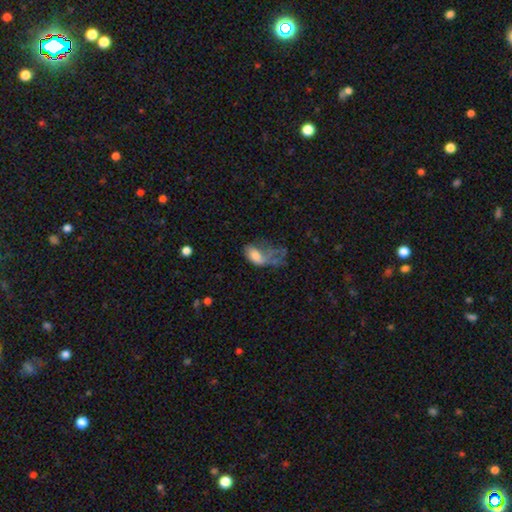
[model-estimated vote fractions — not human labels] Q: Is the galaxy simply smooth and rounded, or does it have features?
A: smooth — 63%.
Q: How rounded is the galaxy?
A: in between — 89%.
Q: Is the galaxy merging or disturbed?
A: major disturbance — 64%.